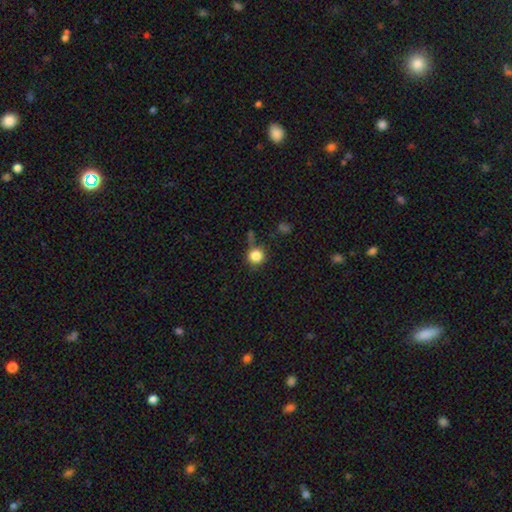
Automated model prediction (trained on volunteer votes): smooth 85%, star or artifact 11%, featured or disk 5%. Down the decision tree: how rounded — round (93%); merging — none (73%).